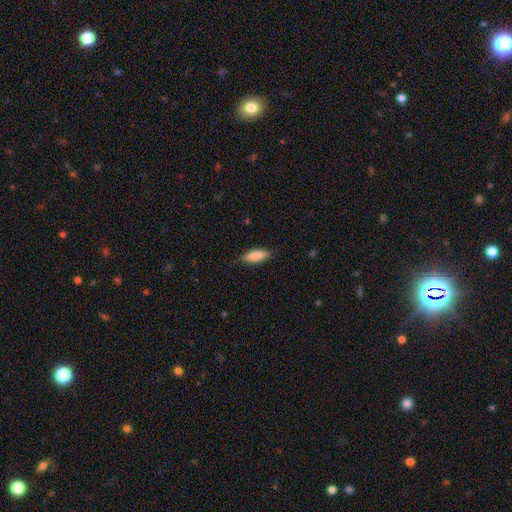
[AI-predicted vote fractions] Q: Smooth or featured?
A: smooth (86%); runner-up: featured or disk (8%)
Q: How rounded?
A: in between (69%); runner-up: cigar-shaped (29%)
Q: Merging?
A: none (86%); runner-up: minor disturbance (11%)